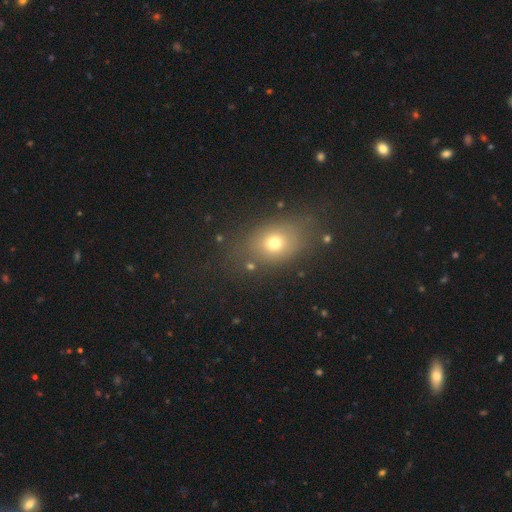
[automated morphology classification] Overall: smooth (59%; star or artifact 29%). How rounded: in between (60%; round 36%). Merging: none (84%).